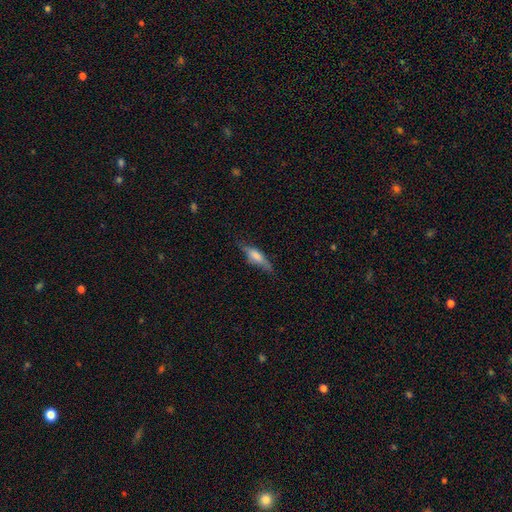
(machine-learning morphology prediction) smooth-or-featured: featured or disk: 49% | smooth: 44% | star or artifact: 8%
  merging: none: 73% | minor disturbance: 20% | major disturbance: 6% | merger: 2%